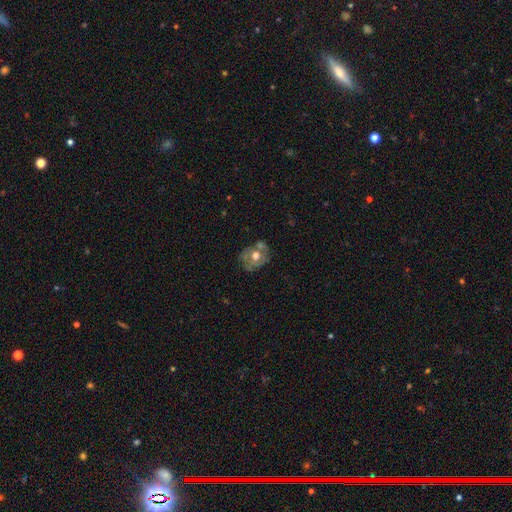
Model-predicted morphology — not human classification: type=featured or disk (46%, tied with smooth); merging=none (47%).